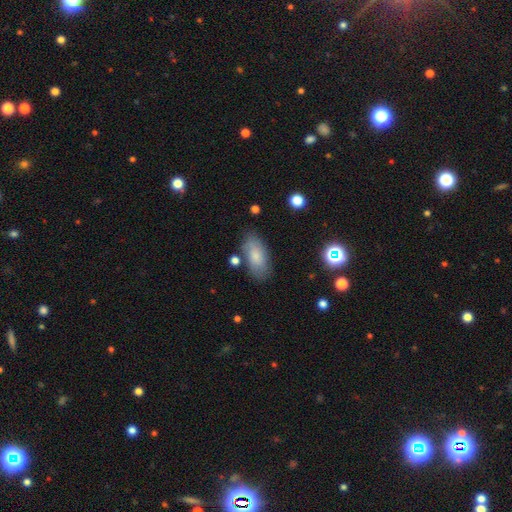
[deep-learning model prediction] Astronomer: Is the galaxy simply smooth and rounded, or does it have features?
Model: smooth — 77%.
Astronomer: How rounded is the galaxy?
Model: in between — 90%.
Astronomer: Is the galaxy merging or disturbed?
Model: none — 78%.